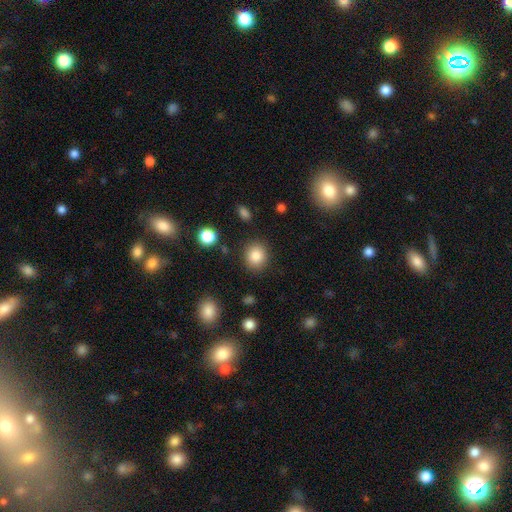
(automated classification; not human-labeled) Morphology: type=smooth (85%); roundness=round (75%); merging=none (86%).